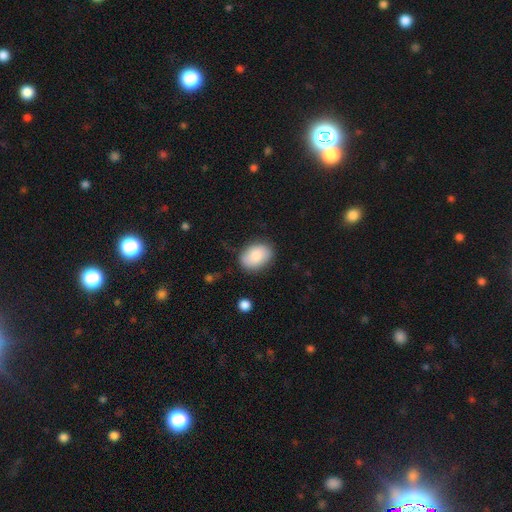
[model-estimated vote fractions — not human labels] A smooth galaxy with no disk features (83%) that is in between round and cigar-shaped (78%).

Vote fractions:
- Smooth or featured? smooth: 83% / featured or disk: 10% / star or artifact: 7%
- How rounded? in between: 78% / round: 21% / cigar-shaped: 1%
- Merging? none: 80% / minor disturbance: 14% / major disturbance: 4% / merger: 2%